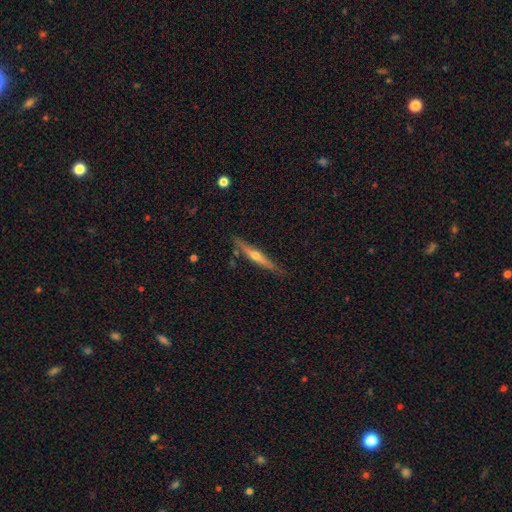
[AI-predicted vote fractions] This appears to be a featured or disk galaxy (72%) viewed edge-on (97%) with a rounded central bulge (89%). Merging: none (85%).